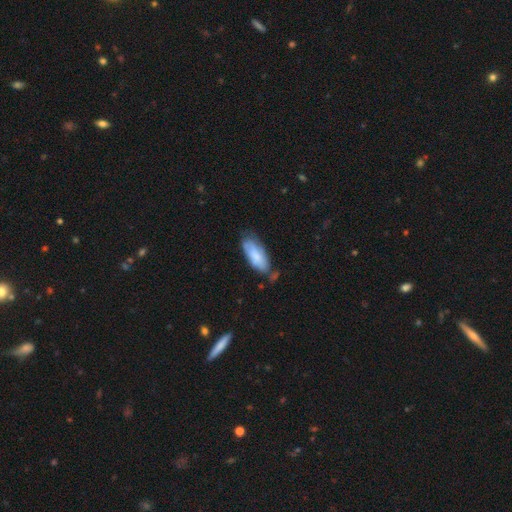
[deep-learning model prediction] Smooth or featured: smooth — 77% (featured or disk — 17%)
How rounded: in between — 78% (cigar-shaped — 20%)
Merging: none — 53% (minor disturbance — 32%)